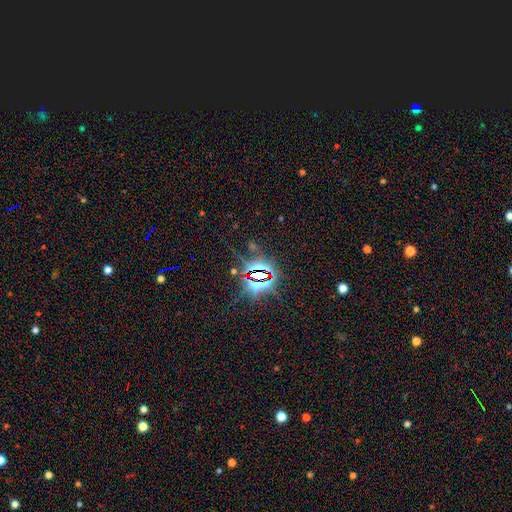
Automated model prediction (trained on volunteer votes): This is clearly a star or artifact rather than a galaxy (85%).